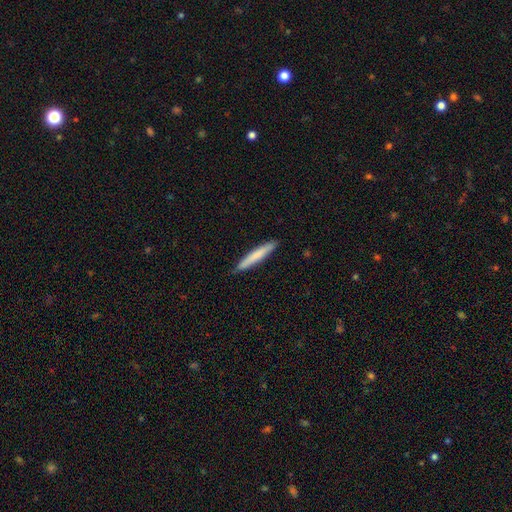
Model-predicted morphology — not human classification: smooth_or_featured: smooth (p=0.74) [alt: featured or disk p=0.21]
how_rounded: cigar-shaped (p=0.95) [alt: in between p=0.04]
merging: none (p=0.90) [alt: minor disturbance p=0.07]